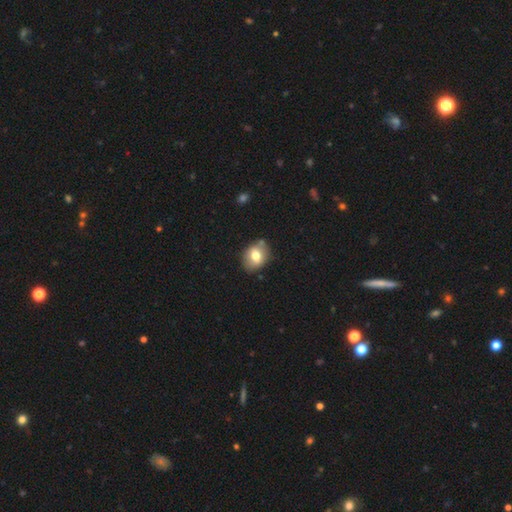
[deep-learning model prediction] Q: Smooth or featured?
A: smooth (71%); runner-up: featured or disk (20%)
Q: How rounded?
A: in between (50%); runner-up: round (49%)
Q: Merging?
A: none (77%); runner-up: minor disturbance (15%)